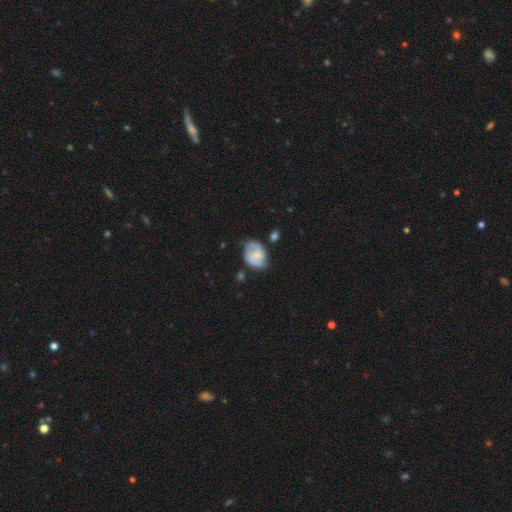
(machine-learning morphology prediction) Smooth or featured? featured or disk (65%)
Edge-on disk? no (97%)
Bar? weak (48%)
Spiral arms? yes (89%)
Spiral winding? medium (47%)
Spiral arm count? 2 (82%)
Bulge size? small (47%)
Merging? none (65%)